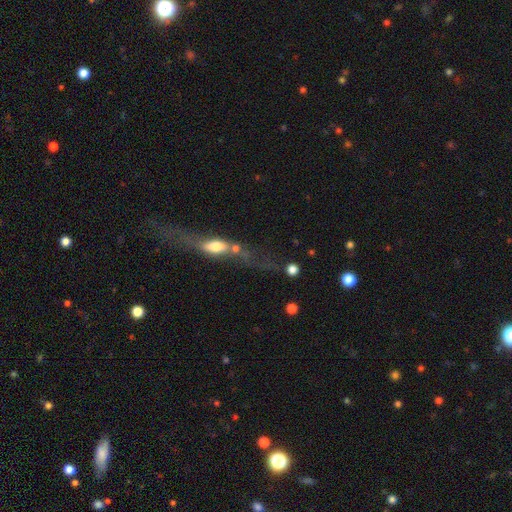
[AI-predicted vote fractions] Morphology: type=featured or disk (68%); edge-on=yes (87%); edge-on bulge=rounded (87%); merging=none (65%).